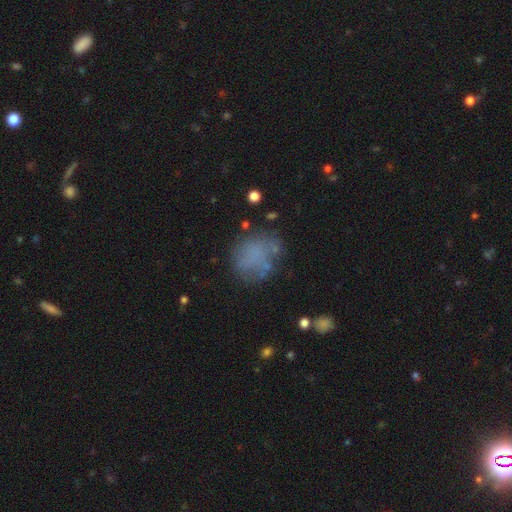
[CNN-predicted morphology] Q: Smooth or featured?
A: smooth (59%); runner-up: featured or disk (26%)
Q: How rounded?
A: round (65%); runner-up: in between (33%)
Q: Merging?
A: none (54%); runner-up: minor disturbance (23%)